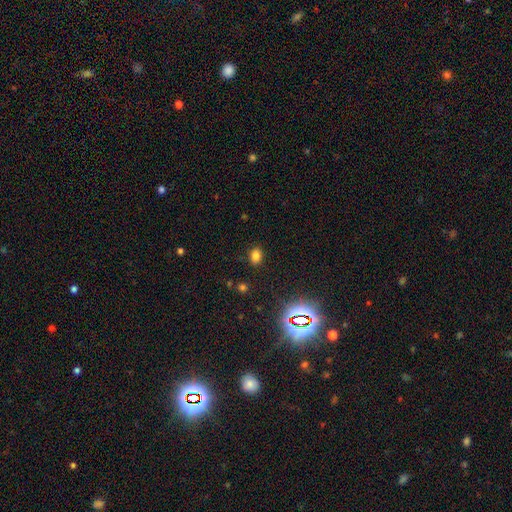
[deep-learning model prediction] A smooth galaxy with no disk features (76%) that is in between round and cigar-shaped (75%). Merging: none (86%).